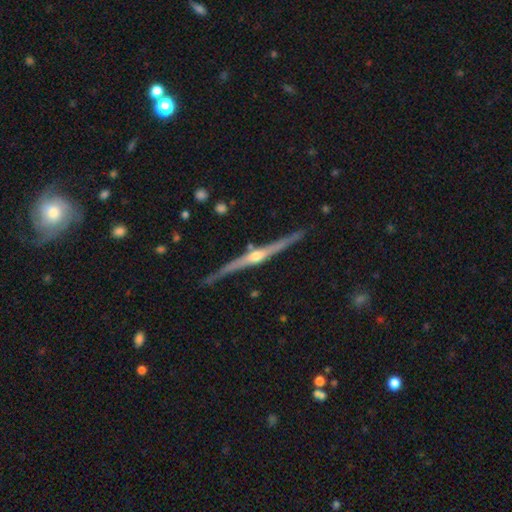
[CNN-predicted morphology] Q: Smooth or featured?
A: featured or disk (84%); runner-up: smooth (11%)
Q: Edge-on disk?
A: yes (98%); runner-up: no (2%)
Q: Edge-on bulge?
A: rounded (89%); runner-up: none (7%)
Q: Merging?
A: none (82%); runner-up: minor disturbance (13%)